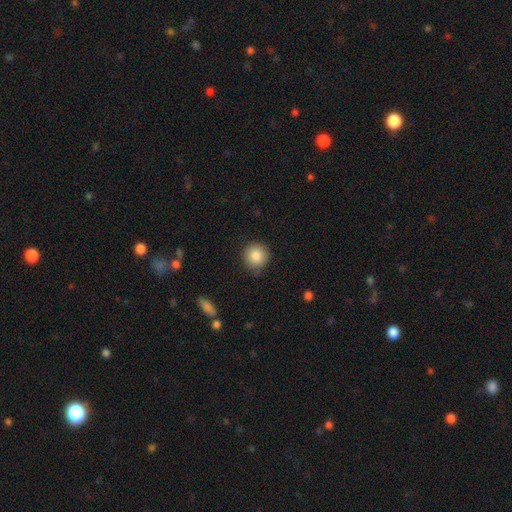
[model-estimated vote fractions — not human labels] smooth 87%, star or artifact 8%, featured or disk 5%. Down the decision tree: how rounded — round (93%); merging — none (83%).